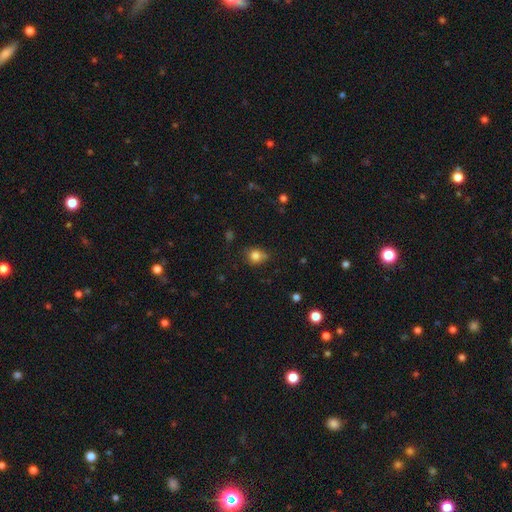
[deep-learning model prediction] Smooth or featured?
  - smooth: 81% *
  - star or artifact: 12%
  - featured or disk: 7%
How rounded?
  - round: 77% *
  - in between: 22%
  - cigar-shaped: 1%
Merging?
  - none: 61% *
  - minor disturbance: 25%
  - merger: 8%
  - major disturbance: 7%